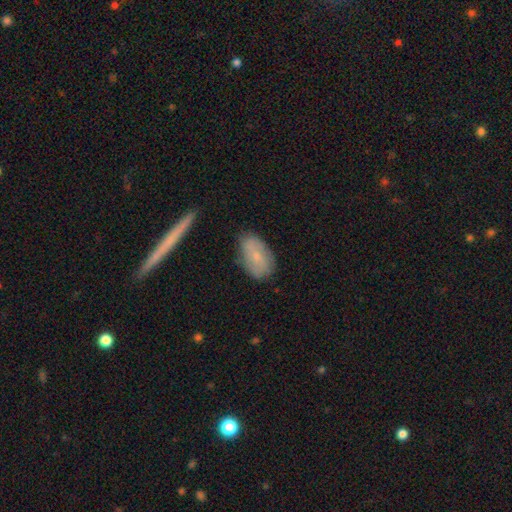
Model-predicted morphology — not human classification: A smooth galaxy with no disk features (54%) that is in between round and cigar-shaped (89%).

Vote fractions:
- Smooth or featured? smooth: 54% / featured or disk: 38% / star or artifact: 7%
- How rounded? in between: 89% / round: 7% / cigar-shaped: 4%
- Merging? none: 77% / minor disturbance: 17% / major disturbance: 4% / merger: 2%